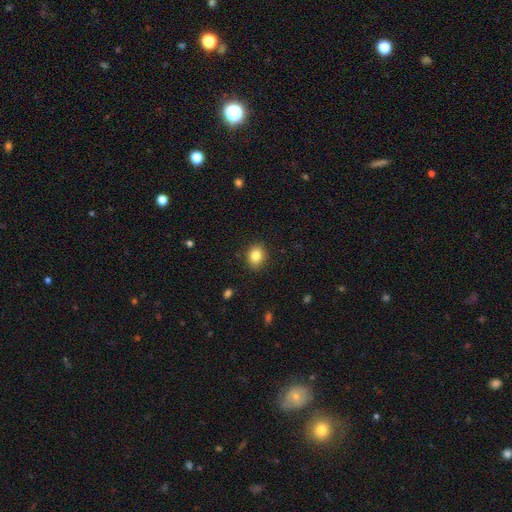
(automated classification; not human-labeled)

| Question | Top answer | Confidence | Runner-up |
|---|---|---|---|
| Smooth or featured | smooth | 84% | star or artifact (9%) |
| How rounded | round | 57% | in between (42%) |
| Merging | none | 88% | minor disturbance (9%) |